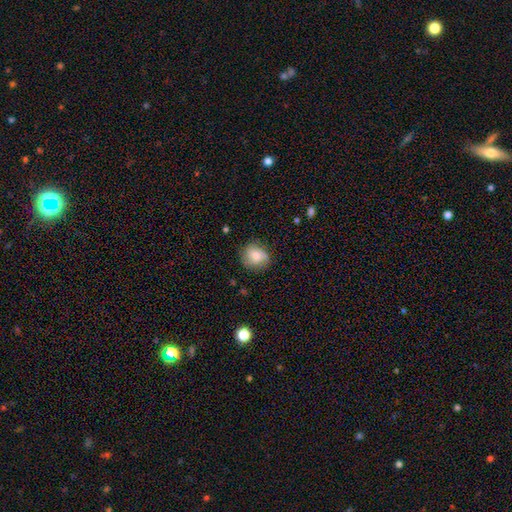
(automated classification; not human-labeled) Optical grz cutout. It shows a smooth galaxy with no disk features (68%) that is round (76%). Merging: none (75%).